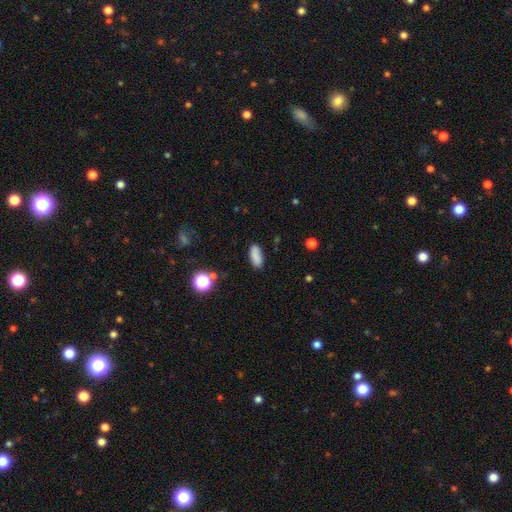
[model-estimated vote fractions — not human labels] A smooth galaxy with no disk features (83%) that is in between round and cigar-shaped (83%). Merging: none (81%).